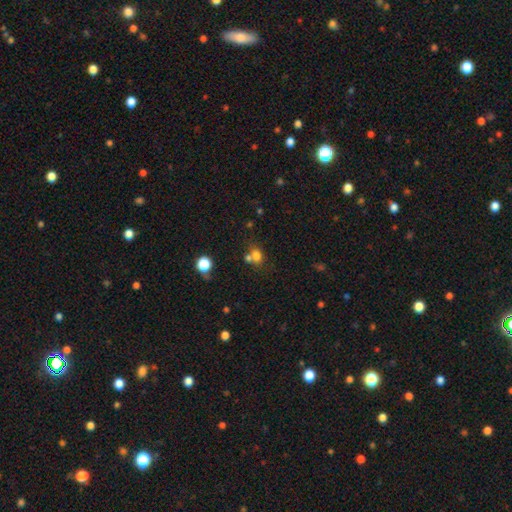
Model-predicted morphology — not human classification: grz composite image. It shows a smooth galaxy with no disk features (74%) that is round (54%). Merging: none (47%).